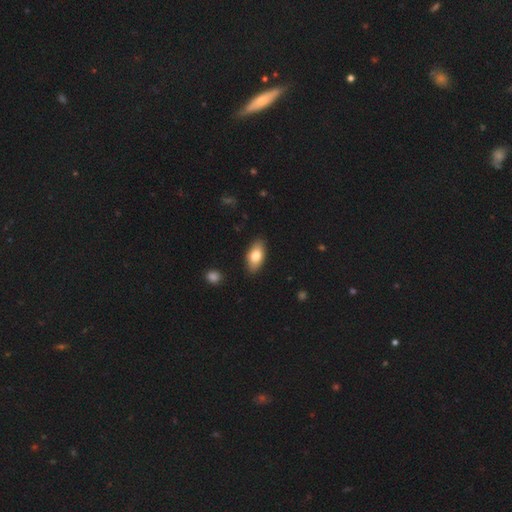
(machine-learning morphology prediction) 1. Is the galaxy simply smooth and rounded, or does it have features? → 75% smooth, 18% featured or disk, 6% star or artifact.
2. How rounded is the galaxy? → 89% in between, 7% cigar-shaped, 4% round.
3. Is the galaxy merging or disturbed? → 87% none, 9% minor disturbance, 2% major disturbance, 1% merger.